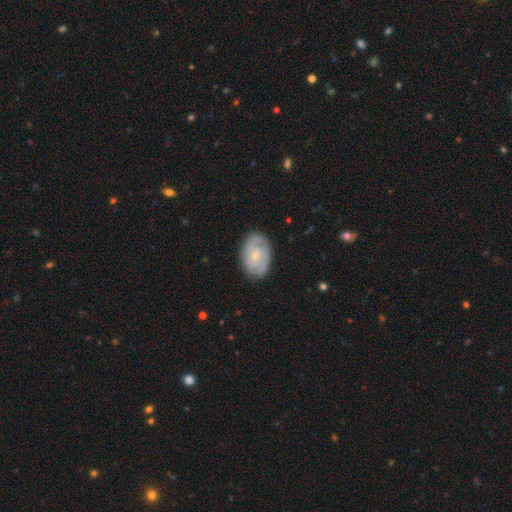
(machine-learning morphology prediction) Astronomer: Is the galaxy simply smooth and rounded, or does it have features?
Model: featured or disk — 54% (runner-up: smooth, 40%).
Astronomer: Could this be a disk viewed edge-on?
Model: no — 96%.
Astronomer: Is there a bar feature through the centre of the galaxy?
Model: no — 74%.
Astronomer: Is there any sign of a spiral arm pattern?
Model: yes — 73%.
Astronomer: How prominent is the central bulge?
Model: small — 73%.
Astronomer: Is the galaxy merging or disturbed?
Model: none — 79%.